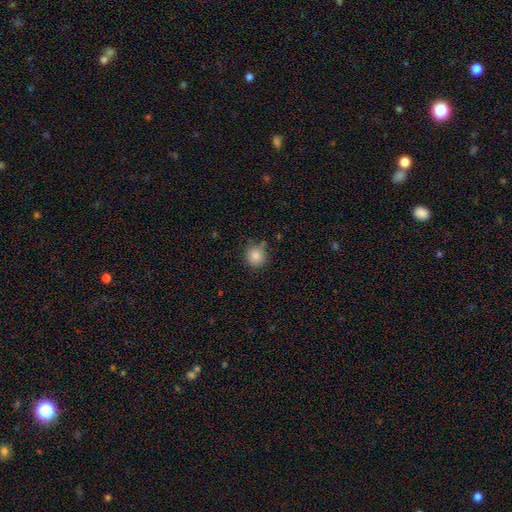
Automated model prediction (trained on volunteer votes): Overall: smooth (84%). How rounded: round (93%). Merging: none (78%).